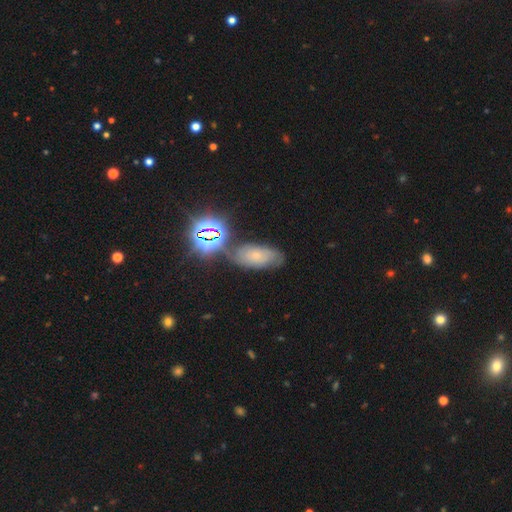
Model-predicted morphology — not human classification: featured or disk 35%, star or artifact 33%, smooth 32%. Down the decision tree: merging — none (67%).